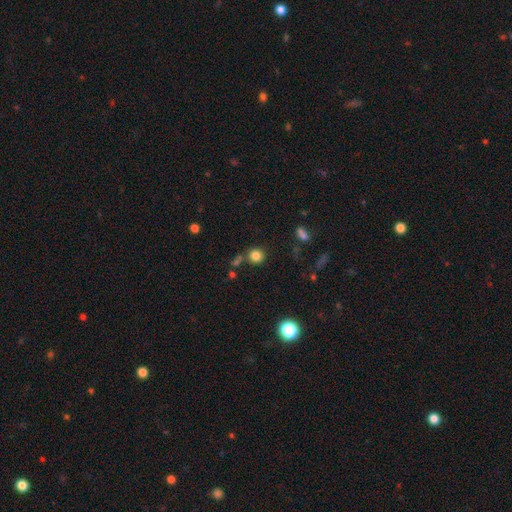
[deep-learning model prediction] smooth_or_featured: smooth (p=0.81) [alt: star or artifact p=0.13]
how_rounded: round (p=0.90) [alt: in between p=0.09]
merging: none (p=0.75) [alt: minor disturbance p=0.11]